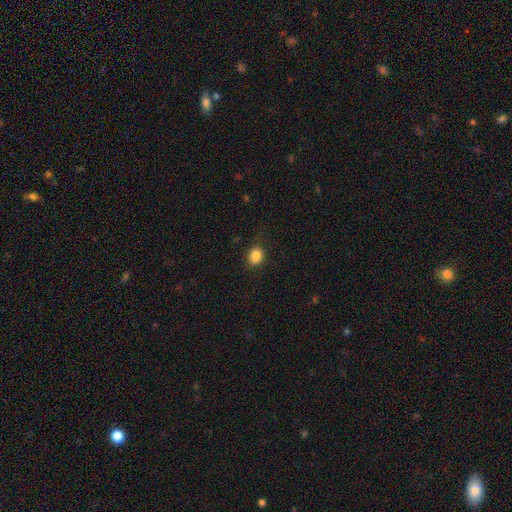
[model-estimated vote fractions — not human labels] Overall: smooth (86%). How rounded: round (55%; in between 44%). Merging: none (80%).